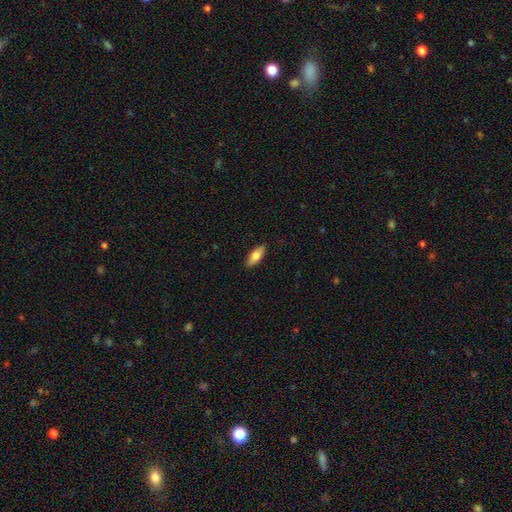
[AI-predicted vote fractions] The model was most divided on "how rounded": in between: 74%, cigar-shaped: 24%, round: 2%. More confident: merging — none (88%); smooth or featured — smooth (73%).